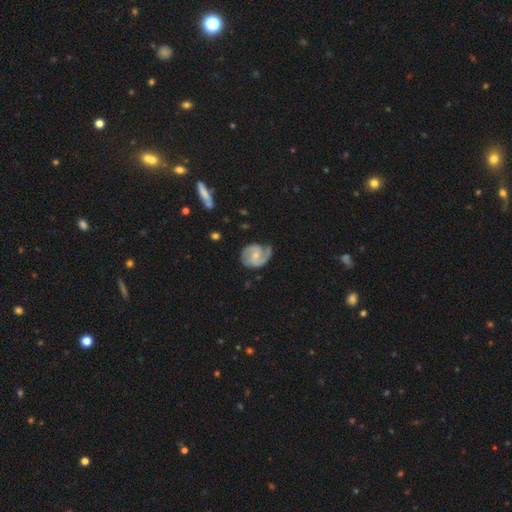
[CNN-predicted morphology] smooth_or_featured: featured or disk (p=0.82) [alt: smooth p=0.13]
disk_edge_on: no (p=0.98) [alt: yes p=0.02]
bar: weak (p=0.47) [alt: no p=0.43]
has_spiral_arms: yes (p=0.96) [alt: no p=0.04]
spiral_winding: medium (p=0.49) [alt: tight p=0.35]
spiral_arm_count: 2 (p=0.81) [alt: 1 p=0.08]
bulge_size: small (p=0.51) [alt: moderate p=0.38]
merging: none (p=0.66) [alt: minor disturbance p=0.23]